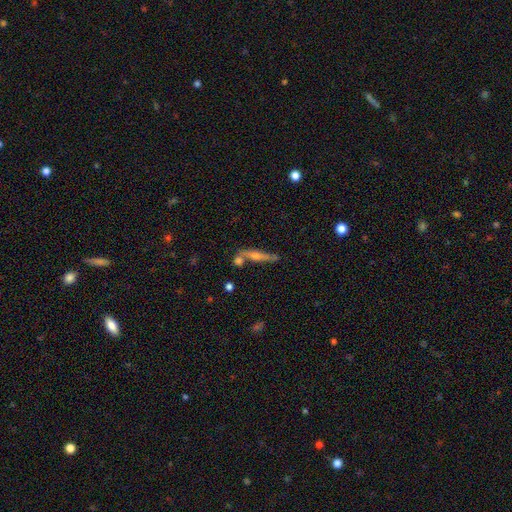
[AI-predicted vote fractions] Smooth or featured?
  - featured or disk: 61% *
  - smooth: 30%
  - star or artifact: 9%
Edge-on disk?
  - yes: 89% *
  - no: 11%
Edge-on bulge?
  - rounded: 82% *
  - none: 12%
  - boxy: 6%
Merging?
  - none: 63% *
  - merger: 17%
  - minor disturbance: 14%
  - major disturbance: 5%